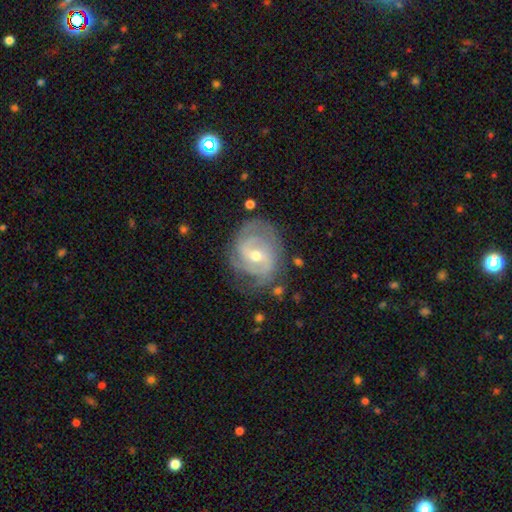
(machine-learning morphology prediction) This is clearly a featured or disk galaxy (86%). It is clearly not viewed edge-on (97%). Bar: possibly weak (49%). Spiral arm pattern: clearly yes (95%). Spiral arm count: marginally 2 (43%). Spiral winding: possibly tight (51%). Central bulge: possibly moderate (58%). Merging: likely none (71%).